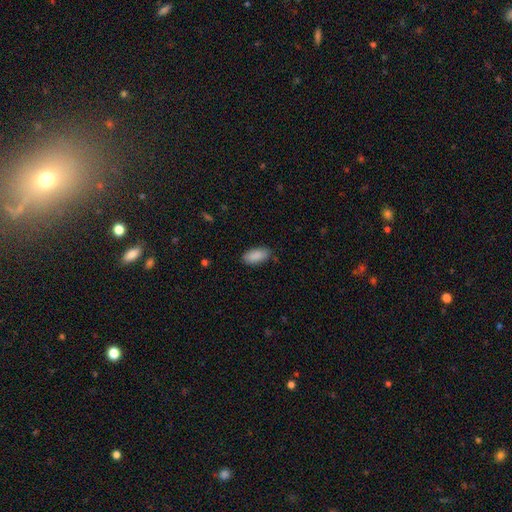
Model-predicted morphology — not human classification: This appears to be a smooth galaxy with no disk features (90%) that is in between round and cigar-shaped (91%). Merging: none (84%).